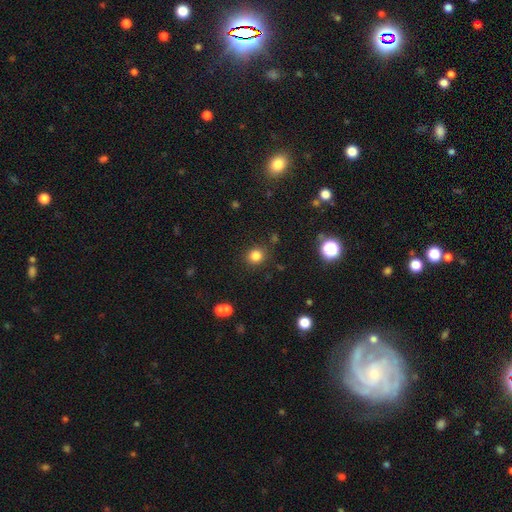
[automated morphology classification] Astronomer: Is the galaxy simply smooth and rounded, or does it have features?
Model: smooth — 82%.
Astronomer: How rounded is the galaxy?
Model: round — 85%.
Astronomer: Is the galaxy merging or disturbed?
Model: none — 86%.